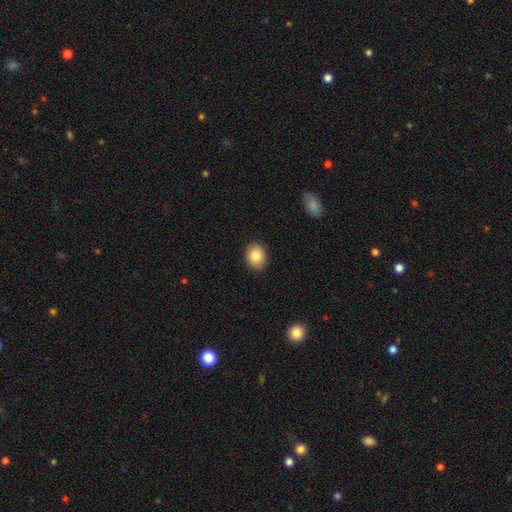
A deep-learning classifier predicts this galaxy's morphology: A smooth galaxy with no disk features (85%) that is in between round and cigar-shaped (55%). Merging: none (87%).